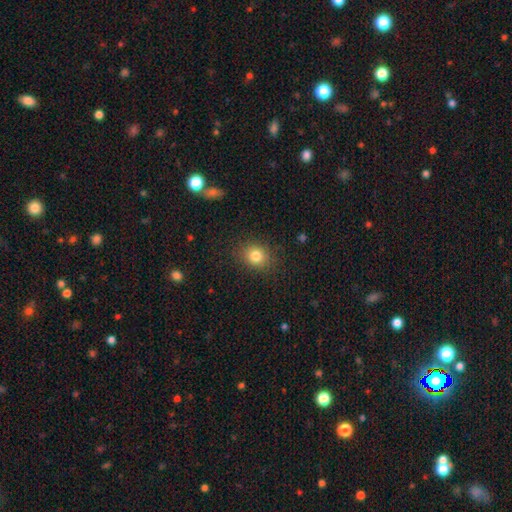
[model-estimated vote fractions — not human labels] A smooth galaxy with no disk features (81%) that is round (62%).

Vote fractions:
- Smooth or featured? smooth: 81% / star or artifact: 12% / featured or disk: 7%
- How rounded? round: 62% / in between: 37% / cigar-shaped: 1%
- Merging? none: 86% / minor disturbance: 9% / major disturbance: 3% / merger: 1%